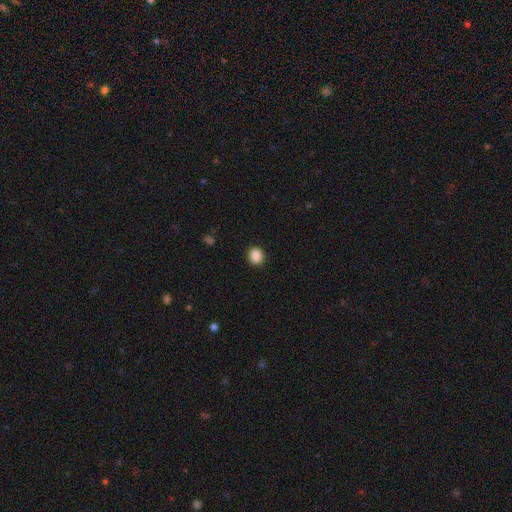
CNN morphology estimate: smooth-or-featured: smooth: 88% | star or artifact: 9% | featured or disk: 4%
  how-rounded: round: 63% | in between: 36% | cigar-shaped: 1%
  merging: none: 89% | minor disturbance: 8% | major disturbance: 2% | merger: 1%